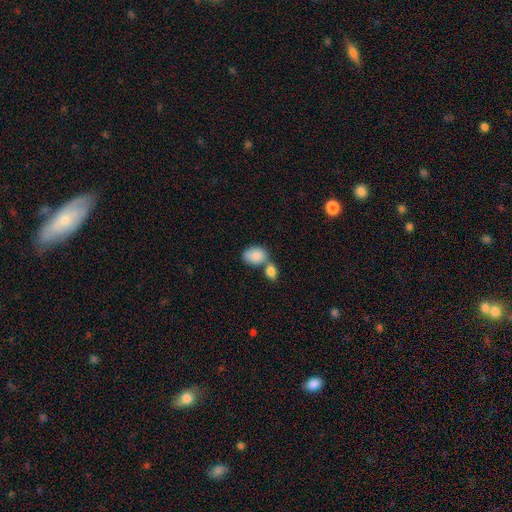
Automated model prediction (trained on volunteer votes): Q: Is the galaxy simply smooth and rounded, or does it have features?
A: smooth — 86%.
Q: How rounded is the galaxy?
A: in between — 81%.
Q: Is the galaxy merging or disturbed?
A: merger — 50%.